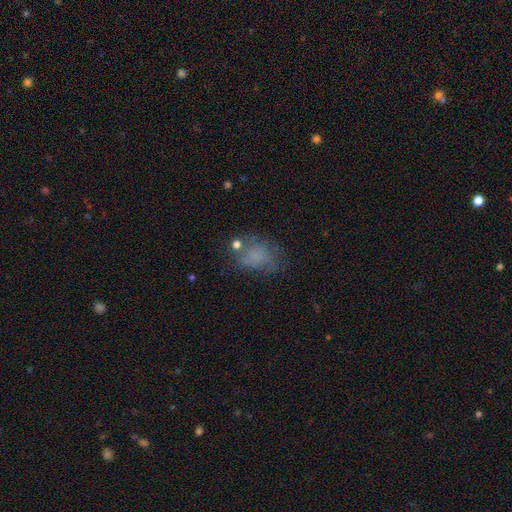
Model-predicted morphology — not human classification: This appears to be a smooth galaxy with no disk features (61%) that is in between round and cigar-shaped (70%). Merging: none (48%).